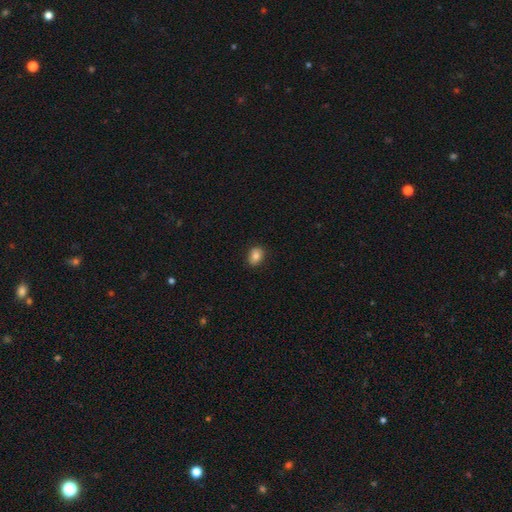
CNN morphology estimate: Smooth or featured: smooth — 83% (star or artifact — 9%)
How rounded: in between — 66% (round — 33%)
Merging: none — 87% (minor disturbance — 10%)